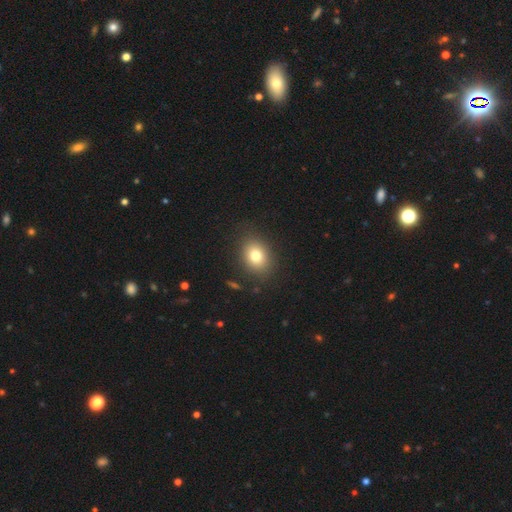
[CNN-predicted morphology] type=smooth (78%); roundness=in between (52%); merging=none (86%).